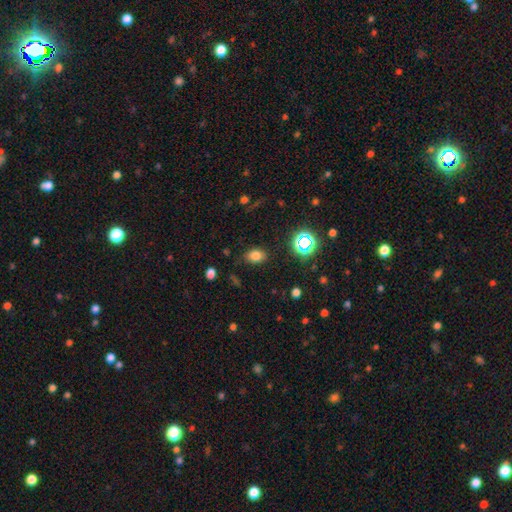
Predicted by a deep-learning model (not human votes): smooth-or-featured: smooth: 75% | star or artifact: 17% | featured or disk: 7%
  how-rounded: in between: 74% | round: 25% | cigar-shaped: 1%
  merging: none: 81% | minor disturbance: 13% | major disturbance: 4% | merger: 2%